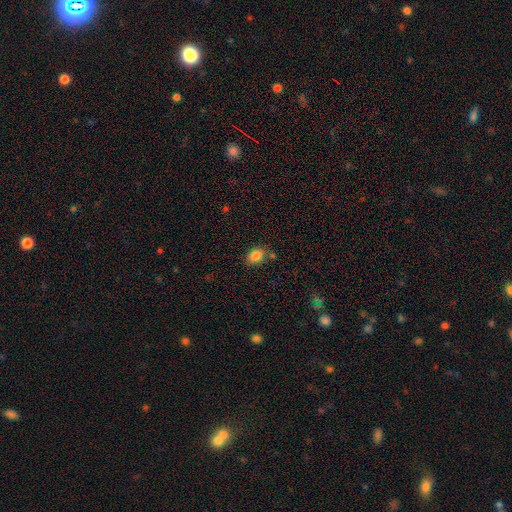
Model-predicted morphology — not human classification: Smooth or featured: smooth — 85% (star or artifact — 9%)
How rounded: in between — 65% (round — 34%)
Merging: none — 75% (minor disturbance — 14%)